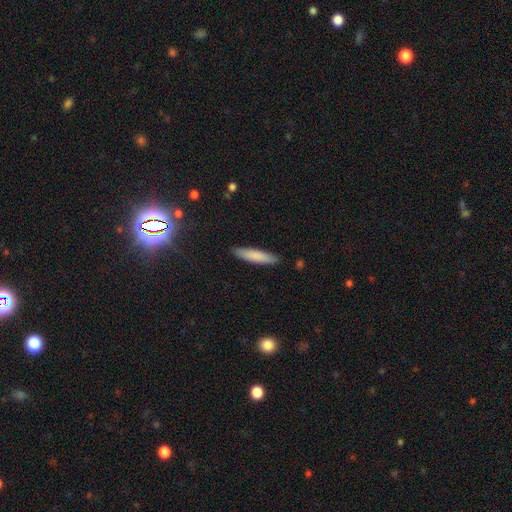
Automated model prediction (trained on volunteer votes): smooth-or-featured: smooth: 82% | featured or disk: 12% | star or artifact: 6%
  how-rounded: cigar-shaped: 85% | in between: 13% | round: 1%
  merging: none: 90% | minor disturbance: 8% | major disturbance: 2% | merger: 1%